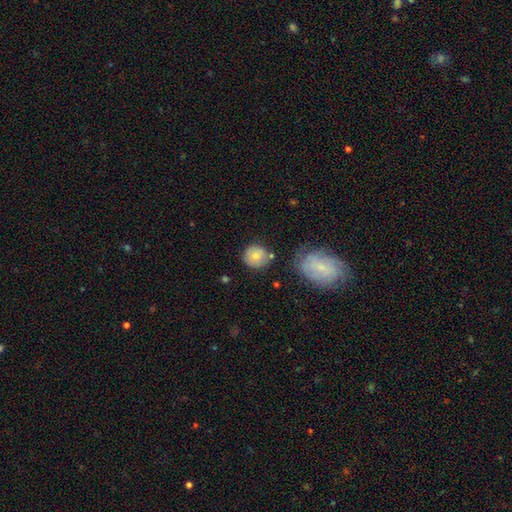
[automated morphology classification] Smooth or featured?
  - smooth: 79% *
  - featured or disk: 13%
  - star or artifact: 8%
How rounded?
  - round: 88% *
  - in between: 11%
  - cigar-shaped: 1%
Merging?
  - none: 72% *
  - minor disturbance: 16%
  - merger: 7%
  - major disturbance: 4%